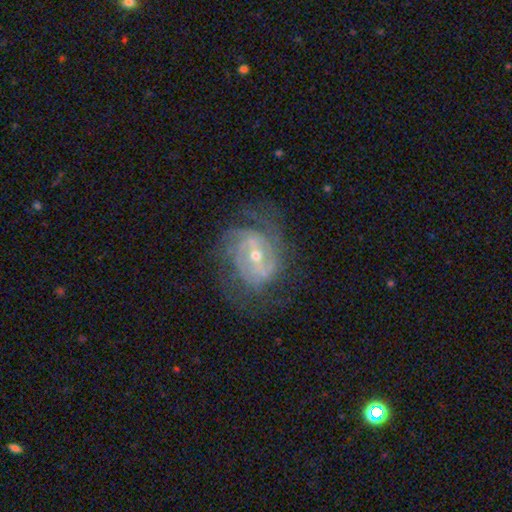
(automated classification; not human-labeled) Overall: featured or disk (86%). Edge-on disk: no (97%). Bar: weak (47%; no 27%). Spiral arms: yes (94%). Spiral arm count: can't tell (29%, tied with 2). Spiral winding: tight (52%; medium 37%). Bulge size: small (56%; moderate 41%). Merging: none (65%).